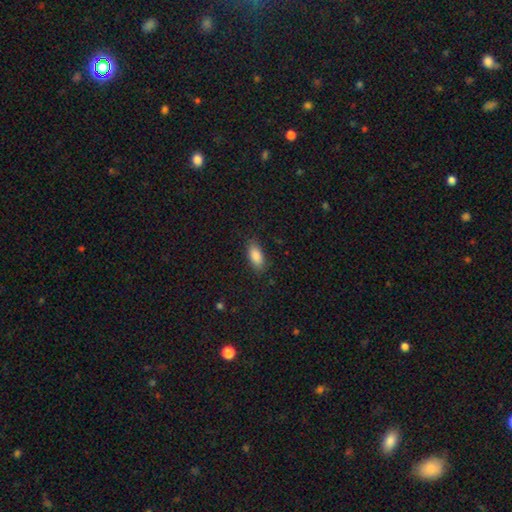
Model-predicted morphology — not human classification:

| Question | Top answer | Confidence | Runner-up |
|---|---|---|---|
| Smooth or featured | smooth | 87% | star or artifact (7%) |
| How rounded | in between | 88% | cigar-shaped (9%) |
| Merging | none | 84% | minor disturbance (12%) |